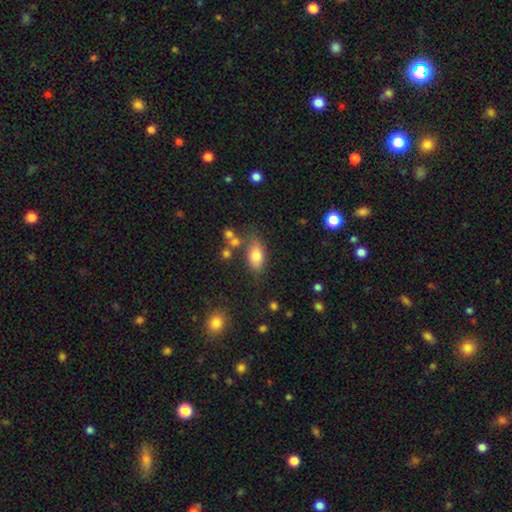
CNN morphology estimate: smooth 77%, featured or disk 13%, star or artifact 10%. Down the decision tree: how rounded — in between (87%); merging — none (69%).